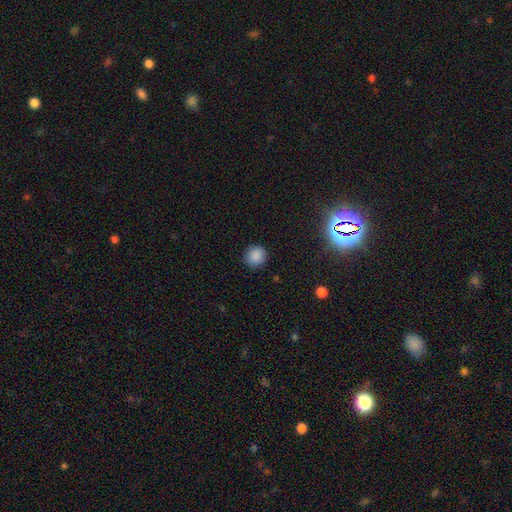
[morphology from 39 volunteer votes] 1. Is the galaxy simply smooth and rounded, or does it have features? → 82% smooth, 10% star or artifact, 8% featured or disk.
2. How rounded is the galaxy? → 88% round, 12% in between, 0% cigar-shaped.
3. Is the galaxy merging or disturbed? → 91% none, 6% major disturbance, 3% merger, 0% minor disturbance.